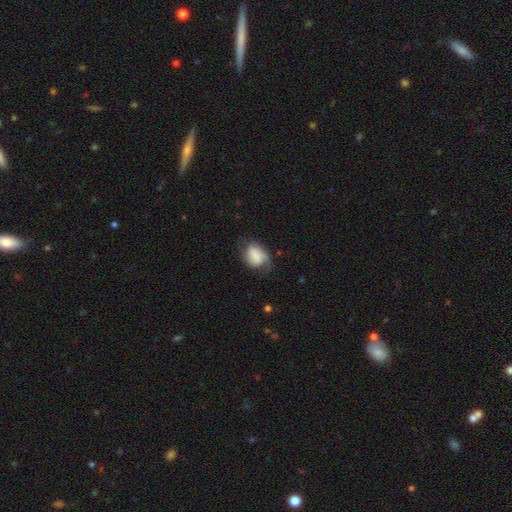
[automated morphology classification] smooth 67%, featured or disk 25%, star or artifact 8%. Down the decision tree: how rounded — in between (63%); merging — none (46%).